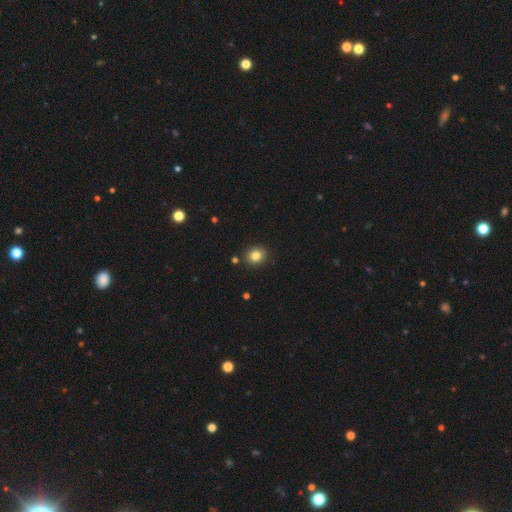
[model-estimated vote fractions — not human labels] Smooth or featured? smooth (83%)
How rounded? round (75%)
Merging? none (88%)